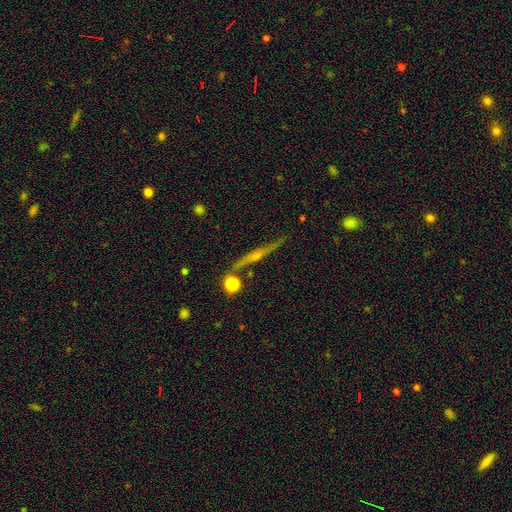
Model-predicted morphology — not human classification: Overall: featured or disk (78%). Edge-on disk: yes (96%). Edge-on bulge: rounded (84%). Merging: none (81%).